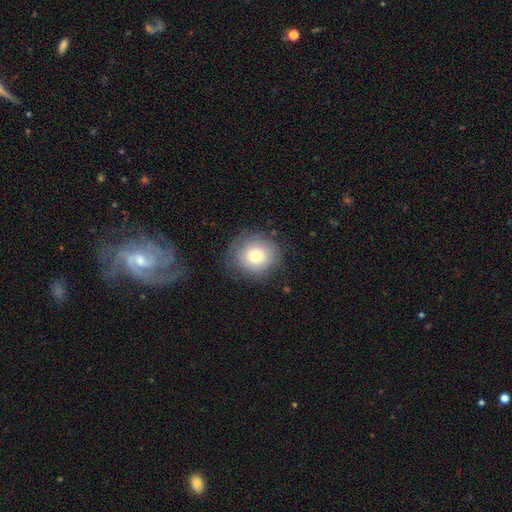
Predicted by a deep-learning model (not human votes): Morphology: type=smooth (70%); roundness=round (89%); merging=none (76%).